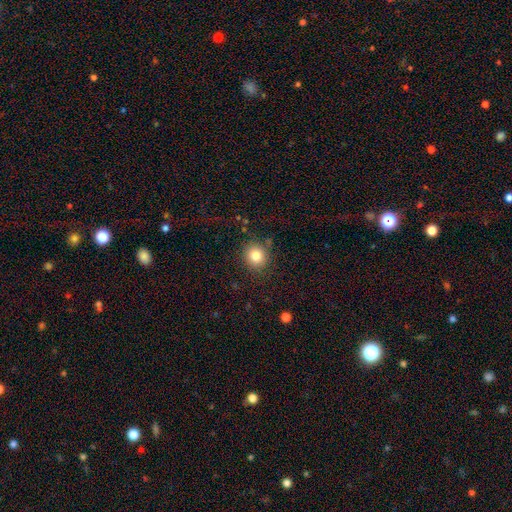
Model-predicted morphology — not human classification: smooth-or-featured: smooth: 82% | star or artifact: 11% | featured or disk: 7%
  how-rounded: round: 84% | in between: 15% | cigar-shaped: 1%
  merging: none: 86% | minor disturbance: 9% | major disturbance: 3% | merger: 2%